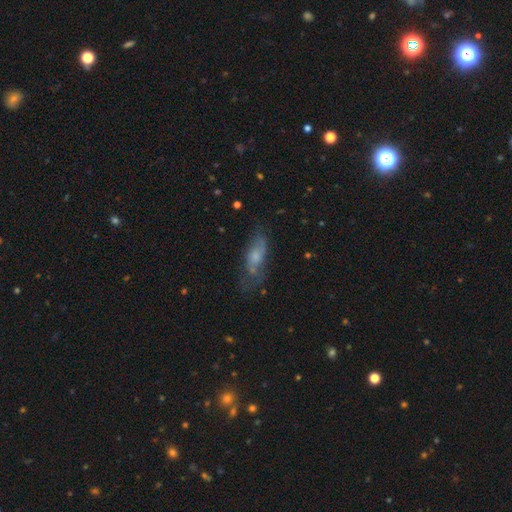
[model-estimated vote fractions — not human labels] Q: Smooth or featured?
A: smooth (46%); runner-up: featured or disk (42%)
Q: Merging?
A: none (55%); runner-up: minor disturbance (25%)